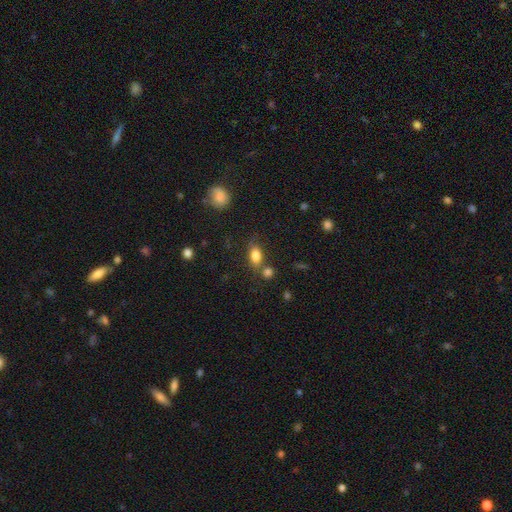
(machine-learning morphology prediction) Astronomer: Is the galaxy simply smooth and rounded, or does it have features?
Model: smooth — 82%.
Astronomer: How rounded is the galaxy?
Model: in between — 84%.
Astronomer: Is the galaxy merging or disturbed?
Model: none — 65%.